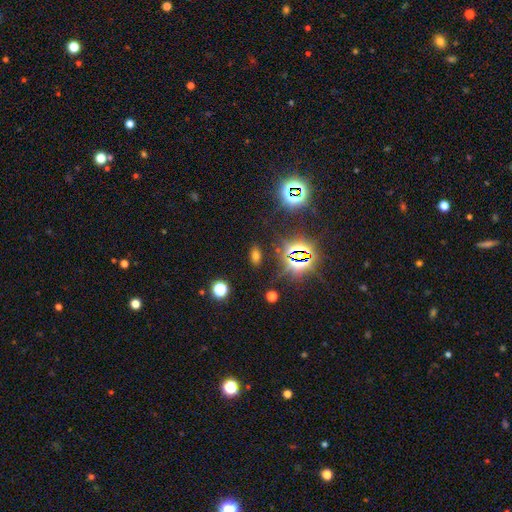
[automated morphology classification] smooth-or-featured: smooth: 57% | star or artifact: 35% | featured or disk: 8%
  how-rounded: in between: 85% | round: 9% | cigar-shaped: 6%
  merging: none: 85% | minor disturbance: 9% | major disturbance: 4% | merger: 2%